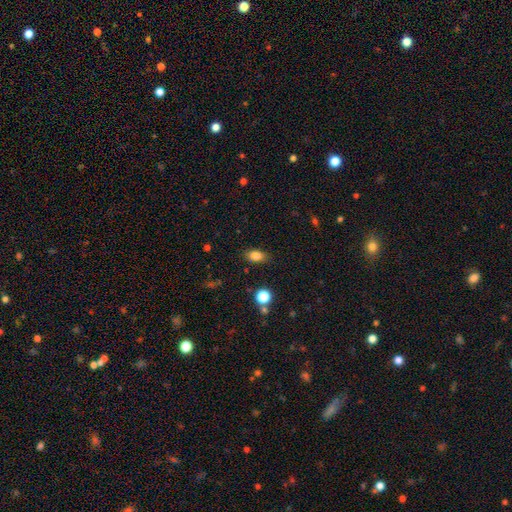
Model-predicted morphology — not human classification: type=smooth (81%); roundness=in between (80%); merging=none (83%).